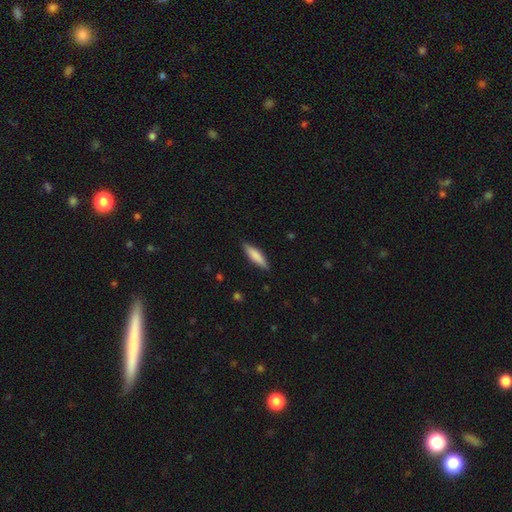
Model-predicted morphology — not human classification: This appears to be a smooth galaxy with no disk features (76%) that is cigar-shaped (71%). Merging: none (86%).